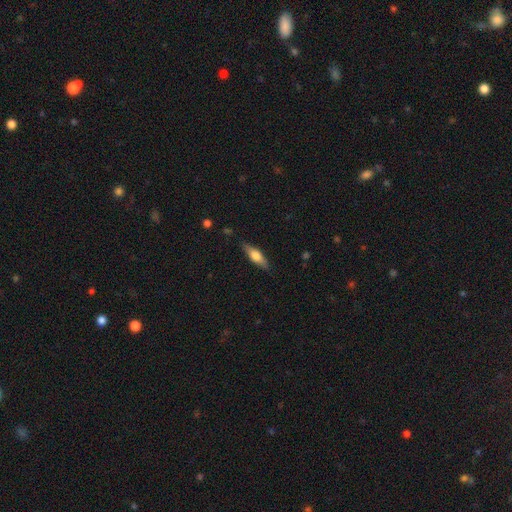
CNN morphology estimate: Smooth or featured?
  - smooth: 56% *
  - featured or disk: 38%
  - star or artifact: 6%
How rounded?
  - cigar-shaped: 56% *
  - in between: 42%
  - round: 2%
Merging?
  - none: 85% *
  - minor disturbance: 11%
  - major disturbance: 2%
  - merger: 1%